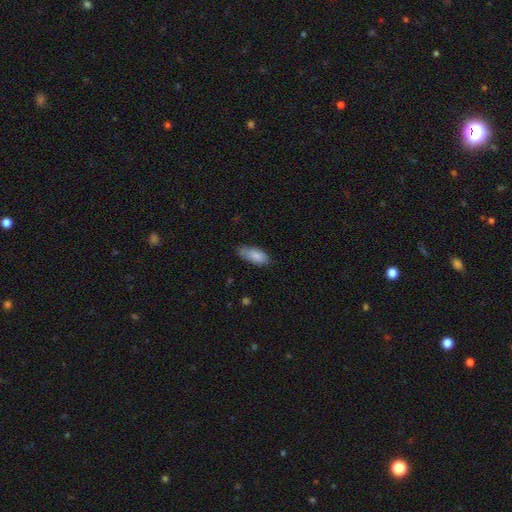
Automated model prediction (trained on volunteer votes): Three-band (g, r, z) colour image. It shows a smooth galaxy with no disk features (85%) that is in between round and cigar-shaped (83%). Merging: none (68%).